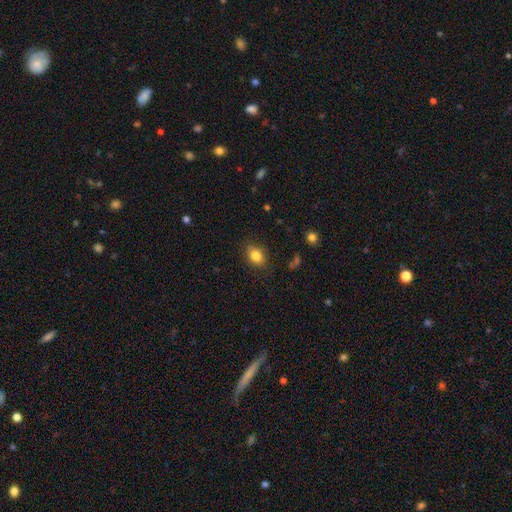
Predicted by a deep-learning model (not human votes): Smooth or featured?
  - smooth: 82% *
  - star or artifact: 10%
  - featured or disk: 8%
How rounded?
  - in between: 73% *
  - round: 25%
  - cigar-shaped: 2%
Merging?
  - none: 81% *
  - minor disturbance: 15%
  - major disturbance: 3%
  - merger: 1%